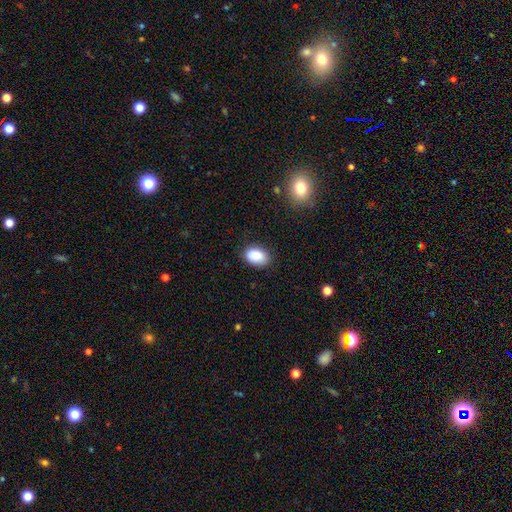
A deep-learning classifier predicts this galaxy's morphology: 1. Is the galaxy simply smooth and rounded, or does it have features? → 88% smooth, 8% star or artifact, 4% featured or disk.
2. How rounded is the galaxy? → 88% in between, 11% round, 1% cigar-shaped.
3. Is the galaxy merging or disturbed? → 84% none, 13% minor disturbance, 3% major disturbance, 1% merger.